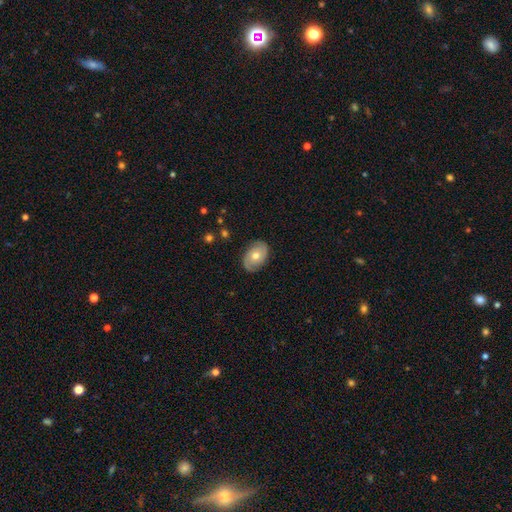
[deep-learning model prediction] featured or disk 65%, smooth 29%, star or artifact 7%. Down the decision tree: edge-on disk — no (95%); bar — no (79%); spiral arms — yes (83%); spiral arm count — 2 (81%); spiral winding — tight (48%); bulge size — moderate (73%); merging — none (84%).